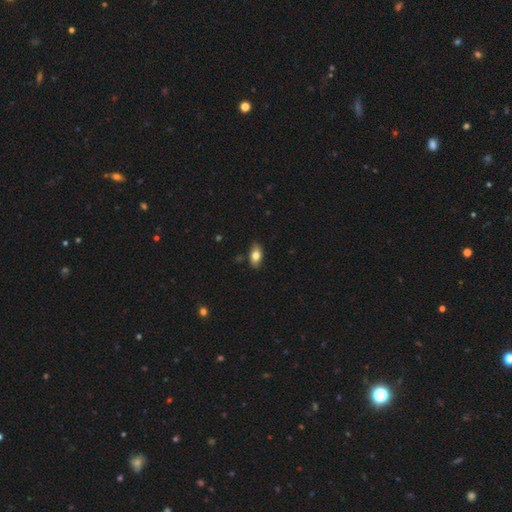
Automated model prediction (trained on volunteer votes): Overall: smooth (78%). How rounded: in between (90%). Merging: none (82%).